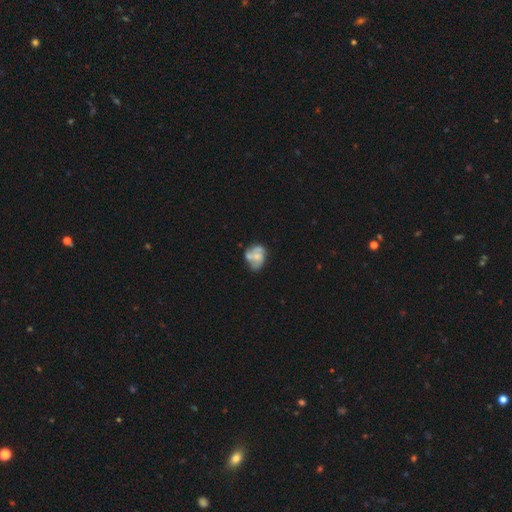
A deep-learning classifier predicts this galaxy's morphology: A featured or disk galaxy (57%) with no bar (79%), no spiral arms (52%) and a small central bulge (41%). Merging: none (38%).